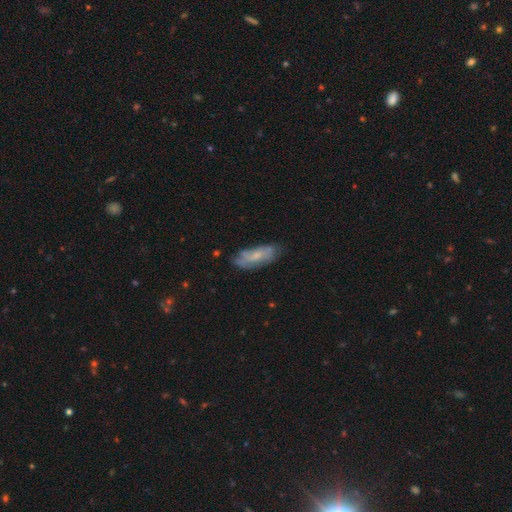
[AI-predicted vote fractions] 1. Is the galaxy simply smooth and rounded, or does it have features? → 49% smooth, 44% featured or disk, 8% star or artifact.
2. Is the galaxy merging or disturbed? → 65% none, 25% minor disturbance, 8% major disturbance, 2% merger.